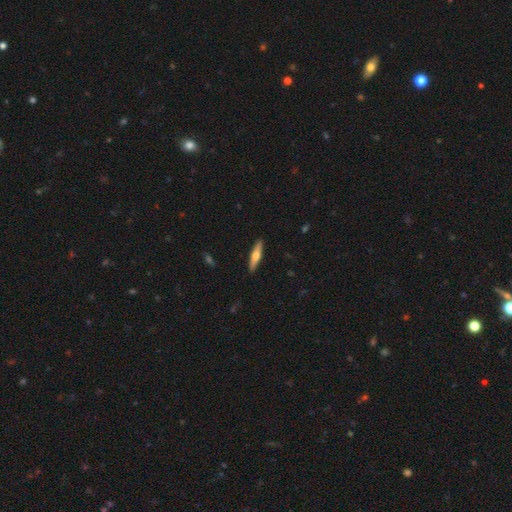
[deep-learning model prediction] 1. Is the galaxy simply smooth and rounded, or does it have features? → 50% smooth, 44% featured or disk, 6% star or artifact.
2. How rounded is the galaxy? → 82% cigar-shaped, 16% in between, 2% round.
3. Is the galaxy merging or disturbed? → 91% none, 7% minor disturbance, 1% major disturbance, 1% merger.